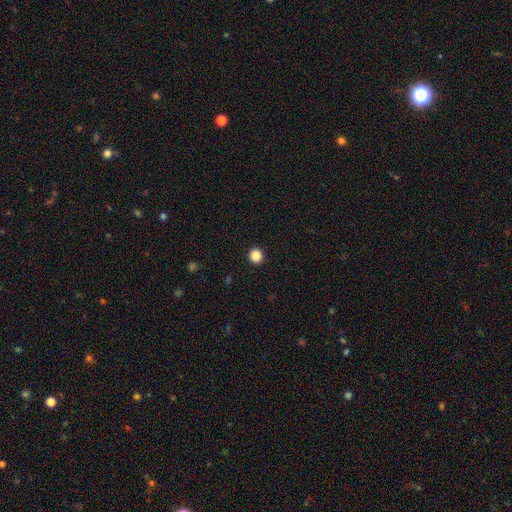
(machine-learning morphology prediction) Q: Smooth or featured?
A: smooth (86%); runner-up: star or artifact (10%)
Q: How rounded?
A: round (91%); runner-up: in between (8%)
Q: Merging?
A: none (93%); runner-up: minor disturbance (4%)